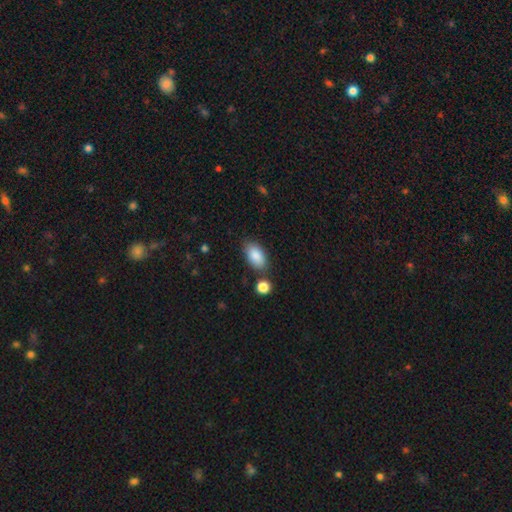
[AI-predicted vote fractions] smooth_or_featured: smooth (p=0.87) [alt: star or artifact p=0.07]
how_rounded: in between (p=0.93) [alt: round p=0.05]
merging: none (p=0.74) [alt: minor disturbance p=0.14]